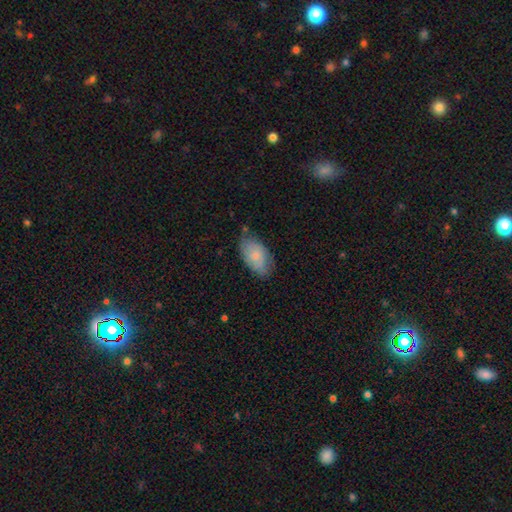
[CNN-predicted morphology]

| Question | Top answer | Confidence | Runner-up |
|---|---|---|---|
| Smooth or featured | smooth | 71% | featured or disk (23%) |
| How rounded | in between | 93% | round (5%) |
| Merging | none | 66% | minor disturbance (26%) |